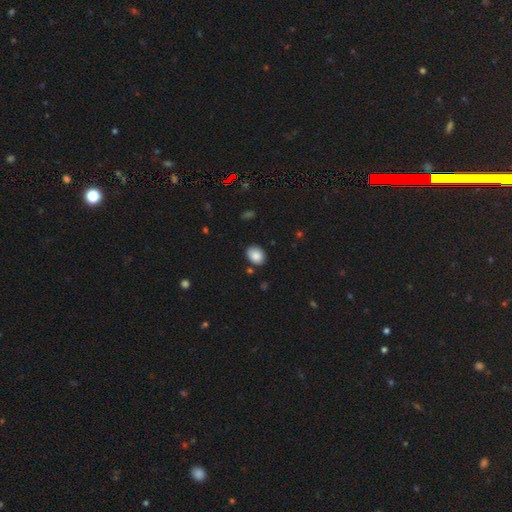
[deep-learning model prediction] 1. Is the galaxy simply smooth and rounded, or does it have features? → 87% smooth, 8% star or artifact, 5% featured or disk.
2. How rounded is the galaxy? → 66% in between, 33% round, 1% cigar-shaped.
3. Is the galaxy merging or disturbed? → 83% none, 12% minor disturbance, 2% merger, 2% major disturbance.